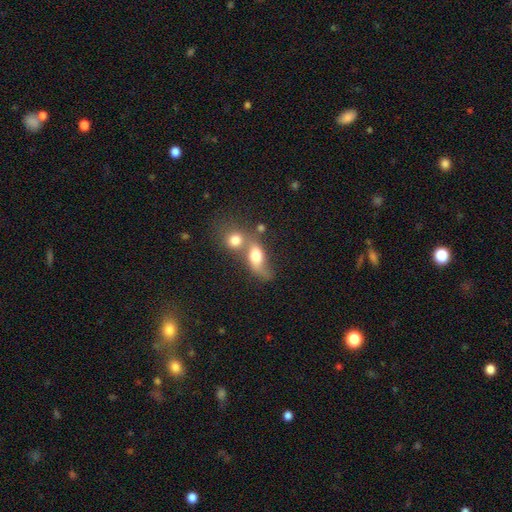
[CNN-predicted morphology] The model was most divided on "merging": merger: 62%, none: 20%, major disturbance: 10%, minor disturbance: 9%. More confident: how rounded — in between (70%); smooth or featured — smooth (67%).